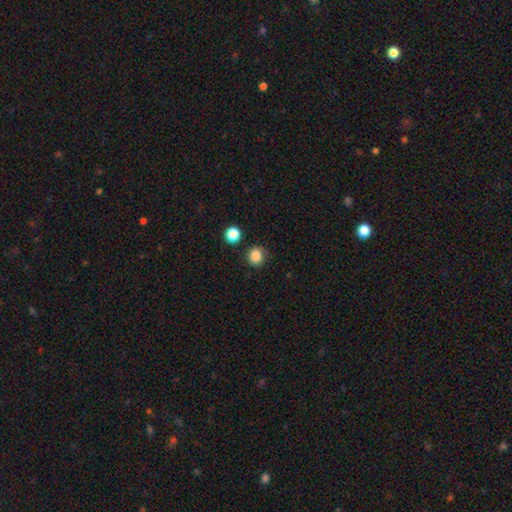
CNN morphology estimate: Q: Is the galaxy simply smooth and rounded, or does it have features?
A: smooth — 85%.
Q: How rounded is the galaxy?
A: round — 88%.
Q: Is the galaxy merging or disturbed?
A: none — 84%.